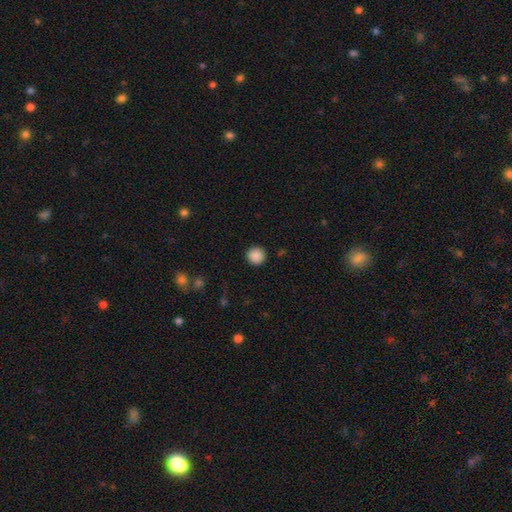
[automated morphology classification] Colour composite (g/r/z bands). It shows a smooth galaxy with no disk features (89%) that is round (95%). Merging: none (92%).